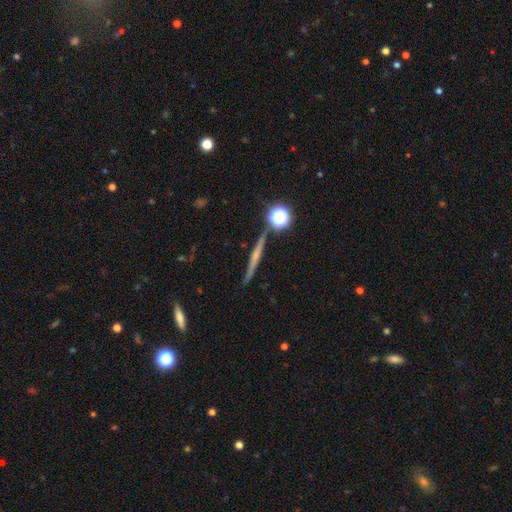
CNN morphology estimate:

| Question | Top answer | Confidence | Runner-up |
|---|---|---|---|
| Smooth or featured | featured or disk | 58% | smooth (29%) |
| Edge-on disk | yes | 96% | no (4%) |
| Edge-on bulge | none | 51% | rounded (39%) |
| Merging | none | 87% | minor disturbance (8%) |